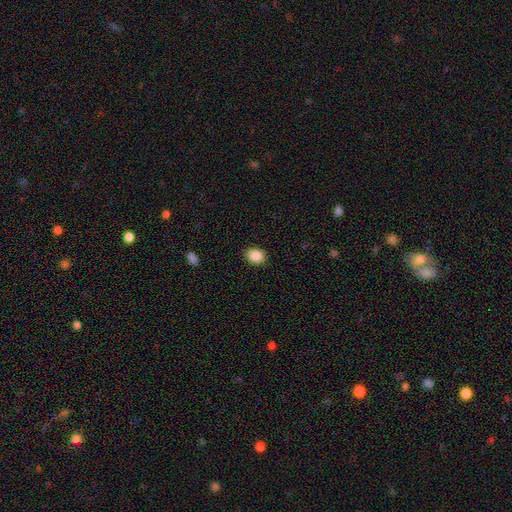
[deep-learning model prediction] smooth-or-featured: smooth: 89% | star or artifact: 8% | featured or disk: 3%
  how-rounded: in between: 50% | round: 49% | cigar-shaped: 1%
  merging: none: 87% | minor disturbance: 10% | major disturbance: 2% | merger: 1%